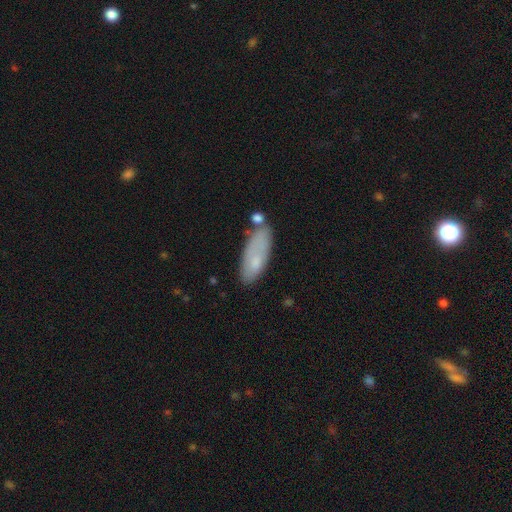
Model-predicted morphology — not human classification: The model was most divided on "how rounded": in between: 67%, cigar-shaped: 30%, round: 2%. More confident: smooth or featured — smooth (70%); merging — none (60%).